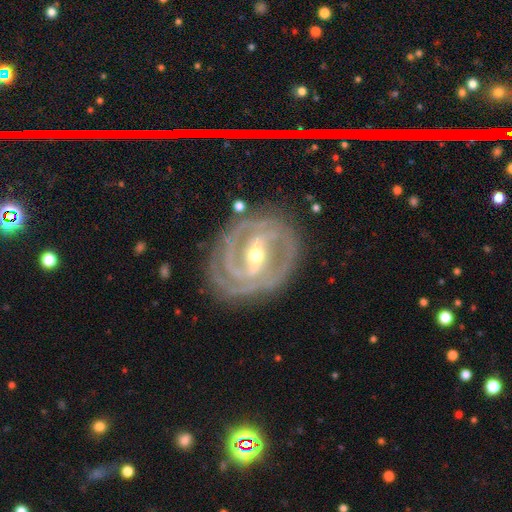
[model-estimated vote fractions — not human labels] This appears to be a featured or disk galaxy (90%) with a strong bar (65%), 2 (42%) tight (68%) spiral arms (94%) and a moderate central bulge (55%). Merging: none (78%).